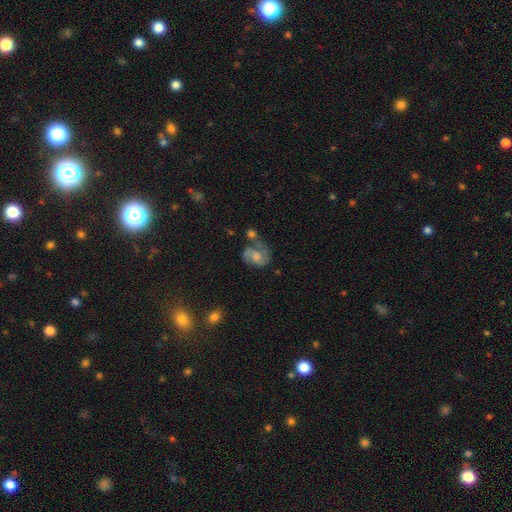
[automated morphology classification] Smooth or featured: featured or disk — 71% (smooth — 21%)
Edge-on disk: no — 98% (yes — 2%)
Bar: no — 63% (weak — 32%)
Spiral arms: yes — 91% (no — 9%)
Spiral winding: medium — 49% (tight — 29%)
Spiral arm count: 2 — 77% (1 — 11%)
Bulge size: moderate — 37% (small — 23%)
Merging: none — 41% (minor disturbance — 21%)